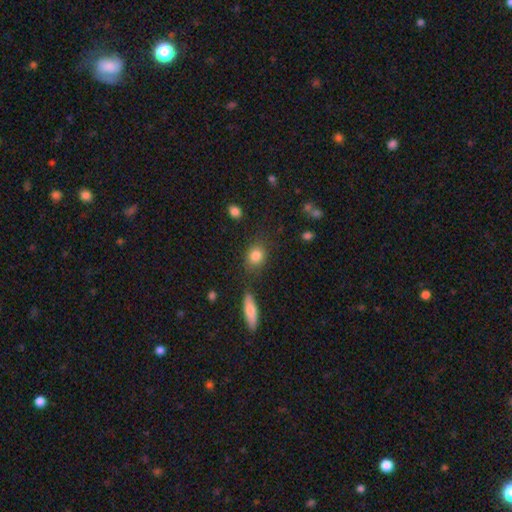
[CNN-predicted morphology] Overall: smooth (84%). How rounded: round (54%; in between 43%). Merging: none (77%).